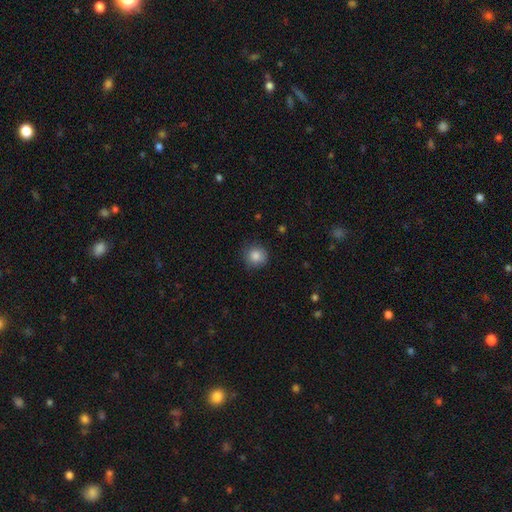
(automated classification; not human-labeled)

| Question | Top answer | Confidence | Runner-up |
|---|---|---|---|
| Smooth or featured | smooth | 85% | star or artifact (10%) |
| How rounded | round | 93% | in between (6%) |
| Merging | none | 84% | minor disturbance (12%) |